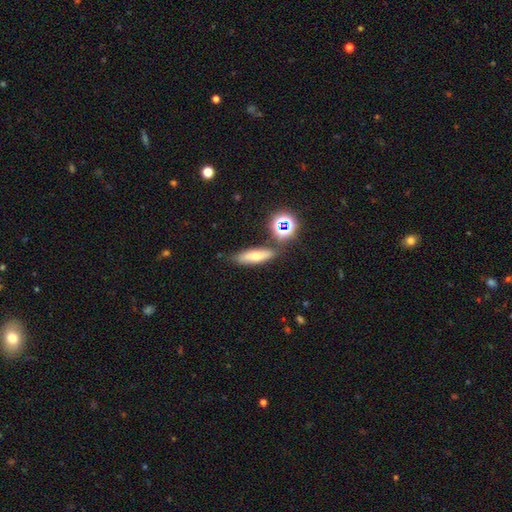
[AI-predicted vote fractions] The model was most divided on "how rounded": cigar-shaped: 53%, in between: 40%, round: 7%. More confident: merging — none (76%); smooth or featured — smooth (52%).